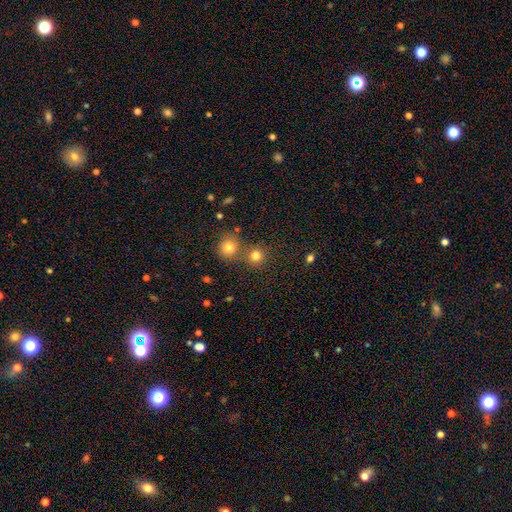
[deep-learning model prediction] Smooth or featured? smooth (79%)
How rounded? round (90%)
Merging? none (68%)